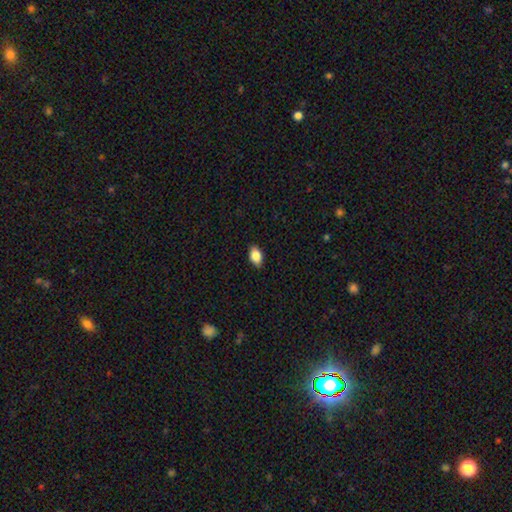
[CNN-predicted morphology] Smooth or featured? Predicted: smooth (p=0.84). How rounded? Predicted: in between (p=0.89). Merging? Predicted: none (p=0.88).